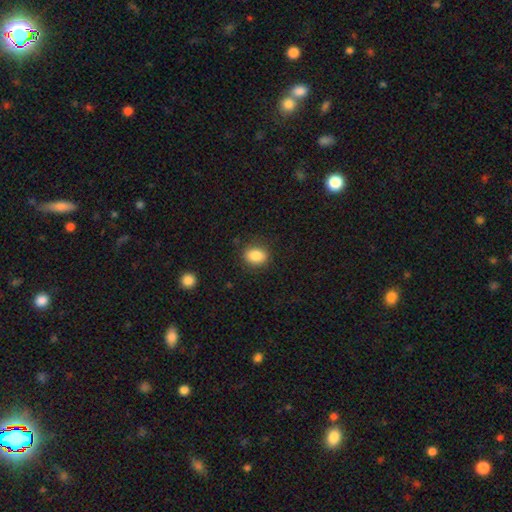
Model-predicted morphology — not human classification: smooth 86%, star or artifact 9%, featured or disk 5%. Down the decision tree: how rounded — in between (63%); merging — none (86%).